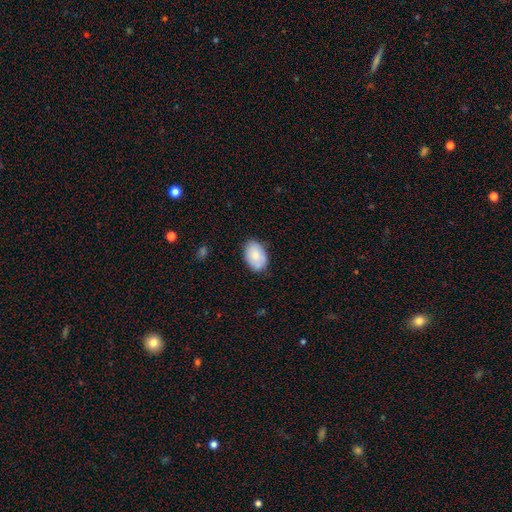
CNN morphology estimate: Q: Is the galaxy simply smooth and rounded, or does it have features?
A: smooth — 76%.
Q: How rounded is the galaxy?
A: in between — 87%.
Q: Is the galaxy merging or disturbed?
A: none — 76%.